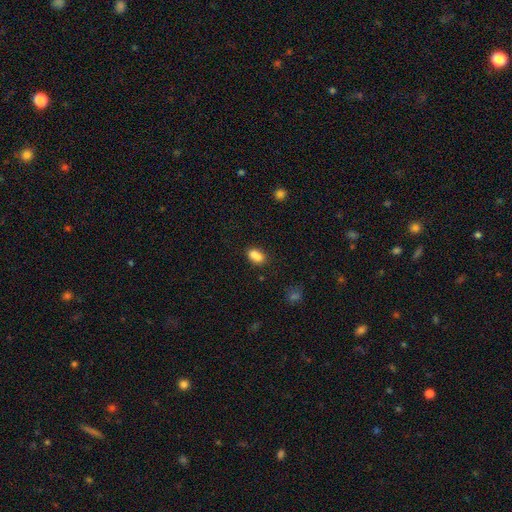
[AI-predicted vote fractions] Smooth or featured?
  - smooth: 78% *
  - featured or disk: 11%
  - star or artifact: 10%
How rounded?
  - in between: 77% *
  - round: 20%
  - cigar-shaped: 4%
Merging?
  - none: 45% *
  - merger: 37%
  - minor disturbance: 14%
  - major disturbance: 4%